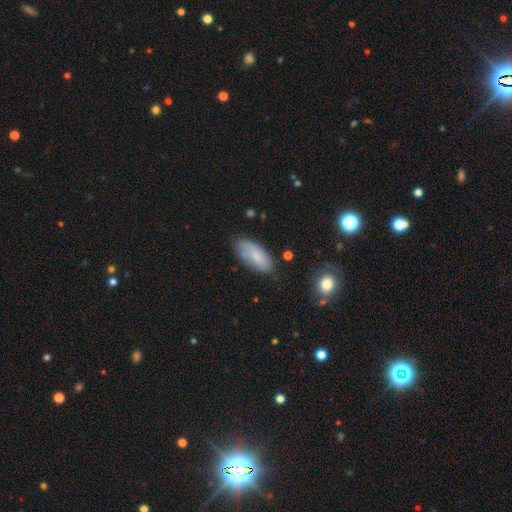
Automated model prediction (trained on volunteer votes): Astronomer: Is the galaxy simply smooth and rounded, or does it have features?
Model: smooth — 75%.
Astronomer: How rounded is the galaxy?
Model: in between — 88%.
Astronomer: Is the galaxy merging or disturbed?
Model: none — 70%.